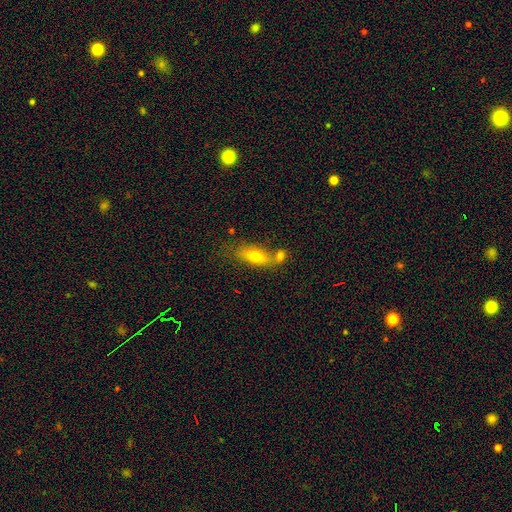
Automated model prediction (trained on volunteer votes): Smooth or featured: smooth — 70% (featured or disk — 22%)
How rounded: in between — 74% (cigar-shaped — 20%)
Merging: none — 48% (merger — 32%)